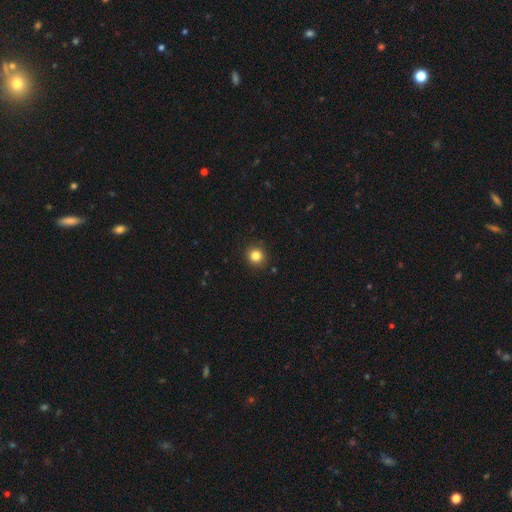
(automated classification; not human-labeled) Smooth or featured: smooth — 84% (star or artifact — 12%)
How rounded: round — 93% (in between — 6%)
Merging: none — 91% (minor disturbance — 6%)